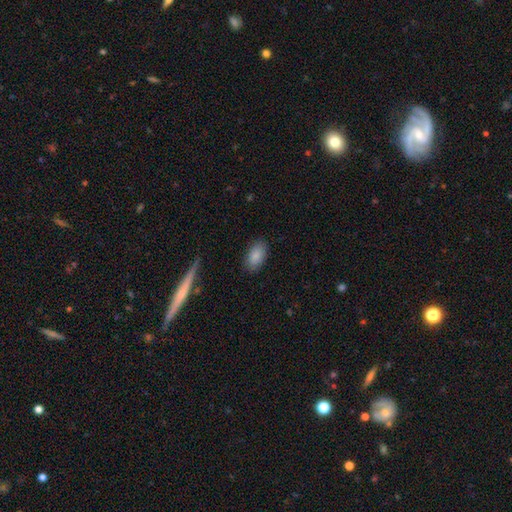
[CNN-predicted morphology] Smooth or featured? smooth (87%)
How rounded? in between (93%)
Merging? none (86%)